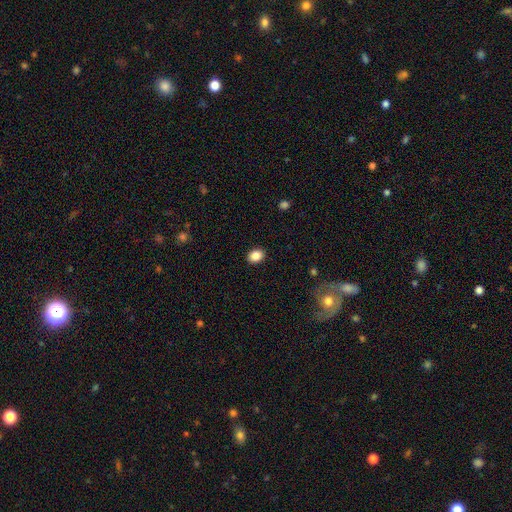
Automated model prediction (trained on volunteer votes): A smooth galaxy with no disk features (87%) that is in between round and cigar-shaped (57%).

Vote fractions:
- Smooth or featured? smooth: 87% / star or artifact: 9% / featured or disk: 4%
- How rounded? in between: 57% / round: 43% / cigar-shaped: 1%
- Merging? none: 90% / minor disturbance: 7% / major disturbance: 2% / merger: 1%